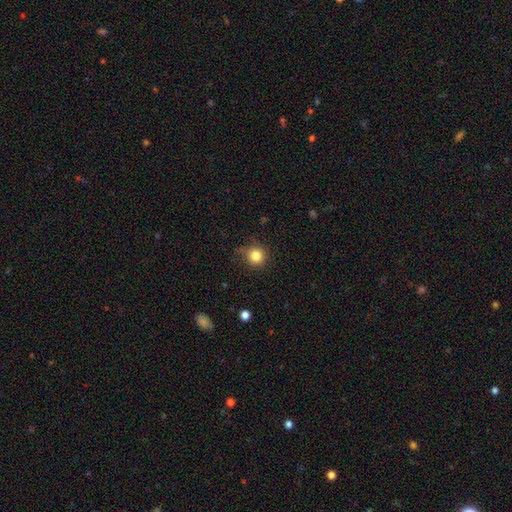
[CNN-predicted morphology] This is clearly a smooth galaxy (83%). How rounded: clearly round (92%). Merging: likely none (75%).